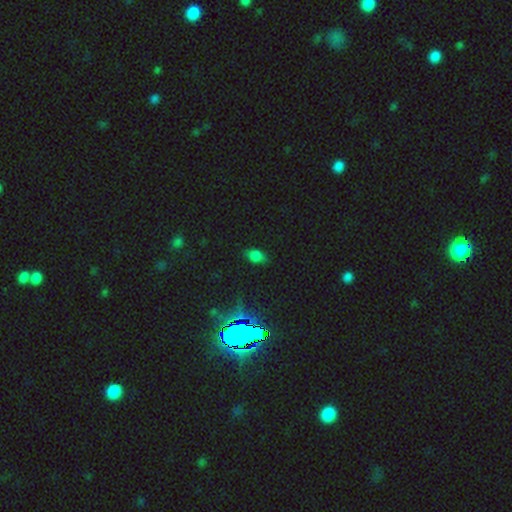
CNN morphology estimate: Smooth or featured: smooth — 63% (star or artifact — 28%)
How rounded: in between — 79% (round — 17%)
Merging: none — 75% (minor disturbance — 18%)